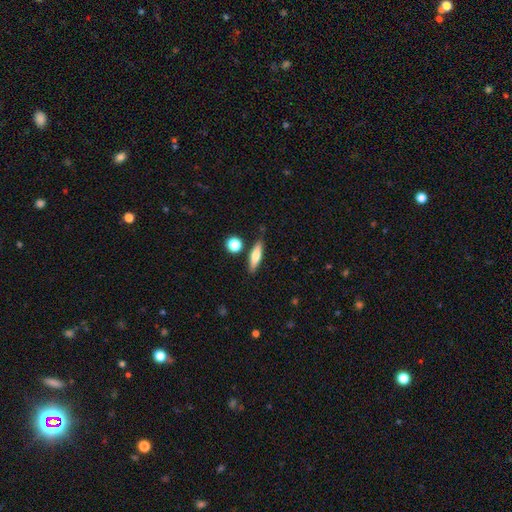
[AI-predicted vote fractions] Morphology: type=smooth (66%); roundness=cigar-shaped (62%); merging=none (82%).